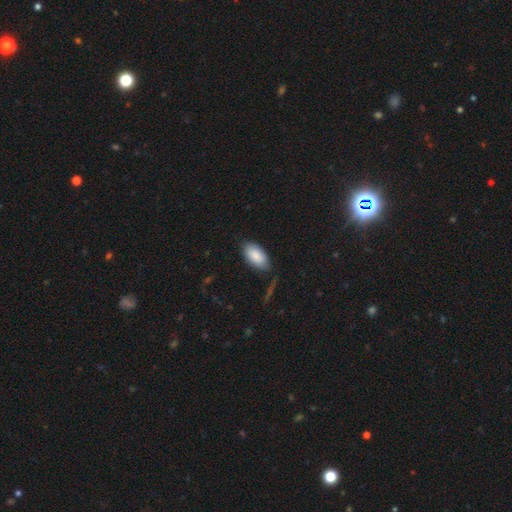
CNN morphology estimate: Overall: smooth (86%). How rounded: in between (94%). Merging: none (78%).